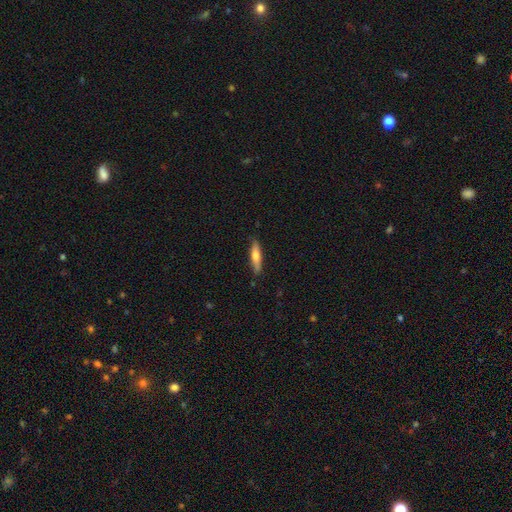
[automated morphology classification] smooth-or-featured: smooth: 64% | featured or disk: 30% | star or artifact: 6%
  how-rounded: cigar-shaped: 79% | in between: 20% | round: 2%
  merging: none: 85% | minor disturbance: 12% | major disturbance: 2% | merger: 1%